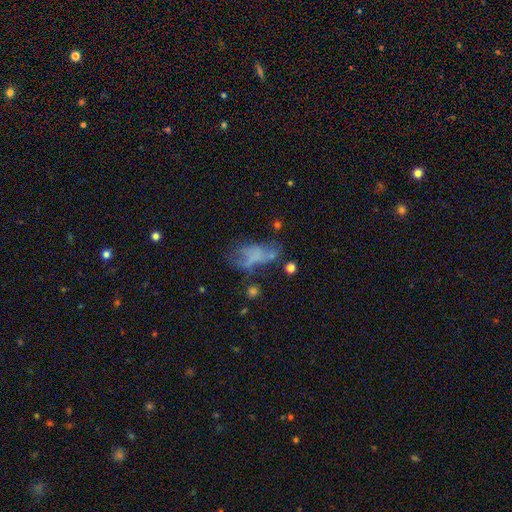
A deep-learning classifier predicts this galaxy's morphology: The model was most divided on "merging": major disturbance: 33%, none: 32%, minor disturbance: 22%, merger: 12%. Remaining: smooth or featured — smooth (43%).